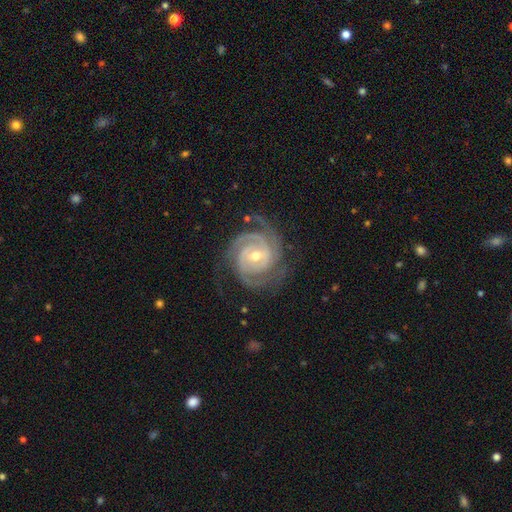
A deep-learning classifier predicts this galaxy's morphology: Smooth or featured: featured or disk — 93% (star or artifact — 4%)
Edge-on disk: no — 98% (yes — 2%)
Bar: no — 45% (weak — 38%)
Spiral arms: yes — 99% (no — 1%)
Spiral winding: tight — 74% (medium — 23%)
Spiral arm count: 3 — 38% (2 — 35%)
Bulge size: moderate — 54% (small — 43%)
Merging: none — 76% (minor disturbance — 16%)